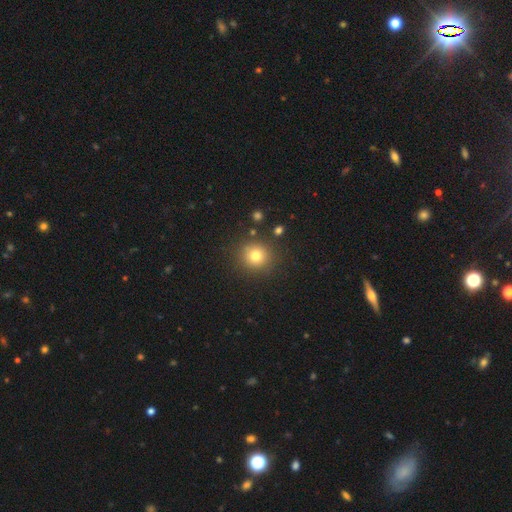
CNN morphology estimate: Smooth or featured? smooth (78%)
How rounded? round (91%)
Merging? none (86%)